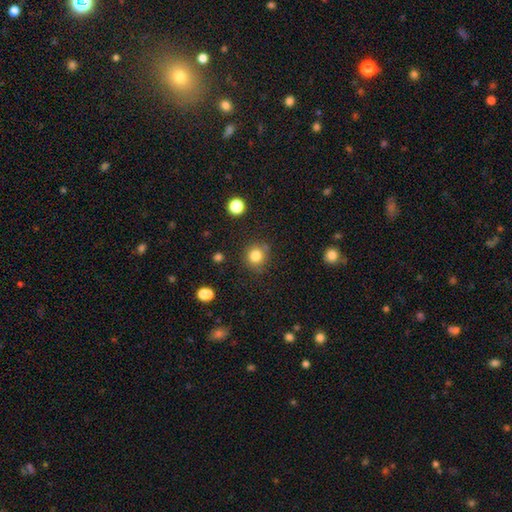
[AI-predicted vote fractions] A smooth galaxy with no disk features (83%) that is round (89%).

Vote fractions:
- Smooth or featured? smooth: 83% / star or artifact: 12% / featured or disk: 6%
- How rounded? round: 89% / in between: 10% / cigar-shaped: 1%
- Merging? none: 82% / minor disturbance: 11% / merger: 4% / major disturbance: 4%